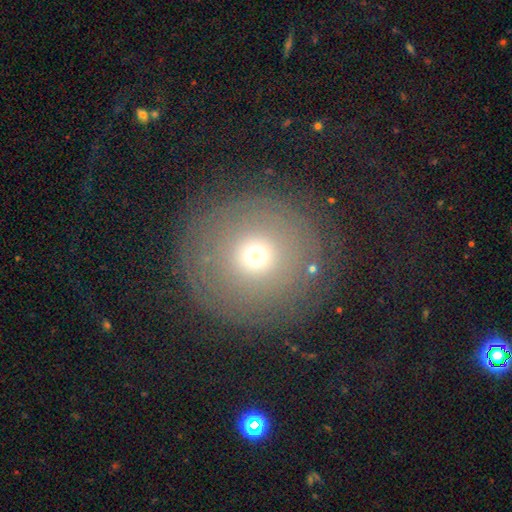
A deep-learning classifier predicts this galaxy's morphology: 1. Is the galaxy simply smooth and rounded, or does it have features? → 53% smooth, 32% featured or disk, 15% star or artifact.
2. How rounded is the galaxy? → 93% round, 6% in between, 1% cigar-shaped.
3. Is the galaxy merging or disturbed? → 81% none, 11% minor disturbance, 6% major disturbance, 2% merger.